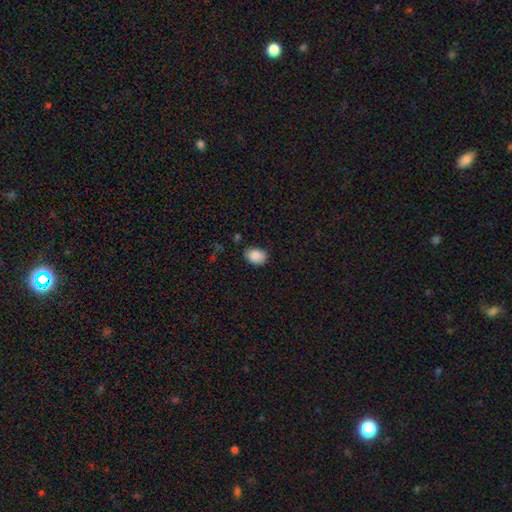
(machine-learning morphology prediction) A smooth galaxy with no disk features (88%) that is in between round and cigar-shaped (73%). Merging: none (80%).